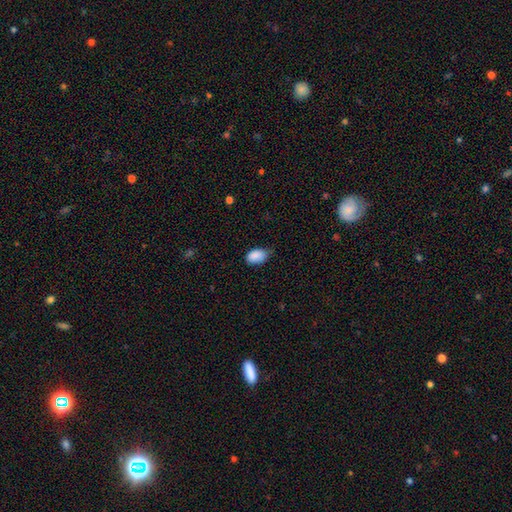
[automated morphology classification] Smooth or featured? Predicted: smooth (p=0.89). How rounded? Predicted: in between (p=0.90). Merging? Predicted: none (p=0.61).